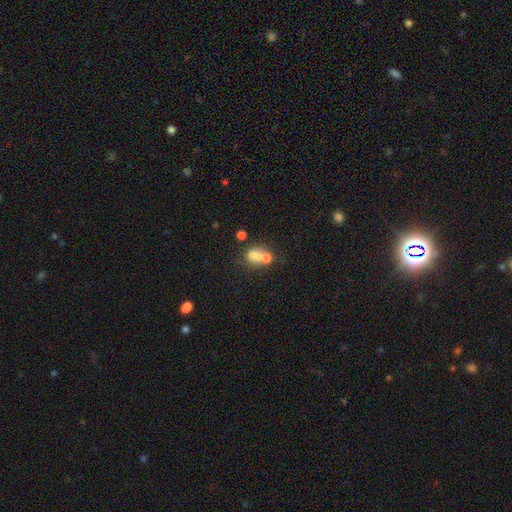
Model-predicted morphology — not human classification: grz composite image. It shows a smooth galaxy with no disk features (66%) that is round (58%). Merging: merger (55%).